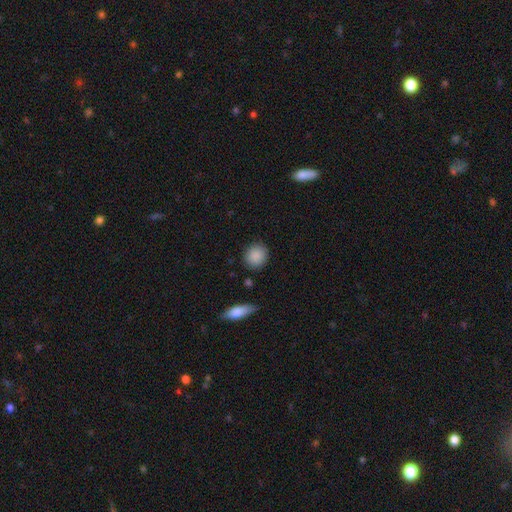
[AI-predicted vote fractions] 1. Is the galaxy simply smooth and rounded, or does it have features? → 89% smooth, 7% star or artifact, 4% featured or disk.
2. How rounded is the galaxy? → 84% round, 14% in between, 1% cigar-shaped.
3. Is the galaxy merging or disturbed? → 87% none, 8% minor disturbance, 2% major disturbance, 2% merger.